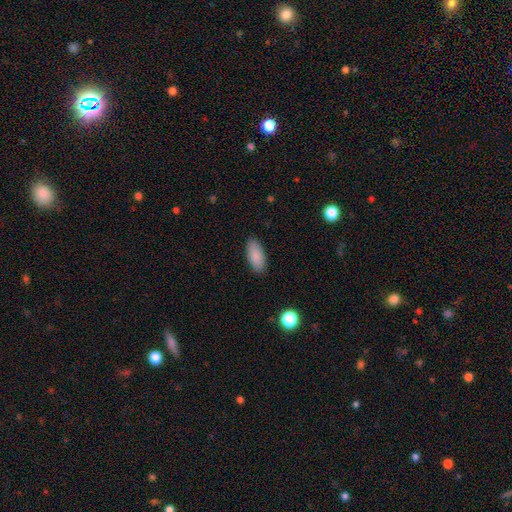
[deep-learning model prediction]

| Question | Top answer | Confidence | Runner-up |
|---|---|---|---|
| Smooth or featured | smooth | 88% | star or artifact (7%) |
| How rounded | in between | 88% | cigar-shaped (10%) |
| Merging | none | 88% | minor disturbance (9%) |